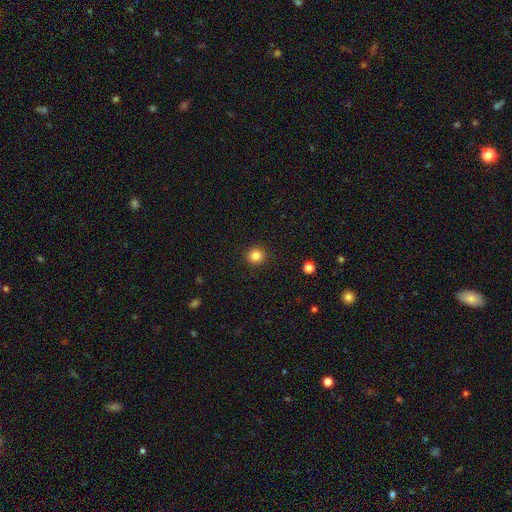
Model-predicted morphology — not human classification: Overall: smooth (84%). How rounded: round (94%). Merging: none (93%).